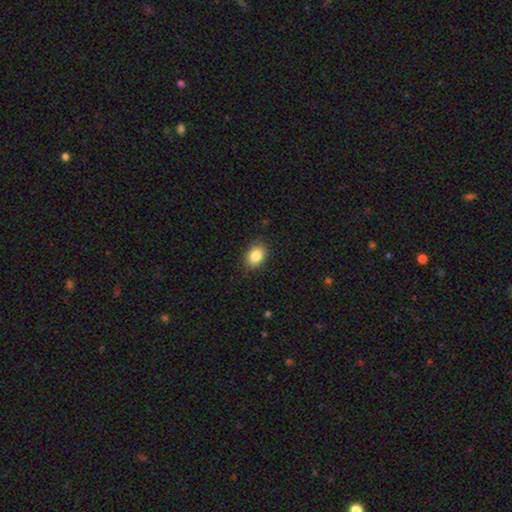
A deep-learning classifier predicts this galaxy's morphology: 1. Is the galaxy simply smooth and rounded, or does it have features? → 85% smooth, 9% star or artifact, 6% featured or disk.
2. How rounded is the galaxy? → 70% in between, 29% round, 1% cigar-shaped.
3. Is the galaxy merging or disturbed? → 85% none, 11% minor disturbance, 2% major disturbance, 1% merger.